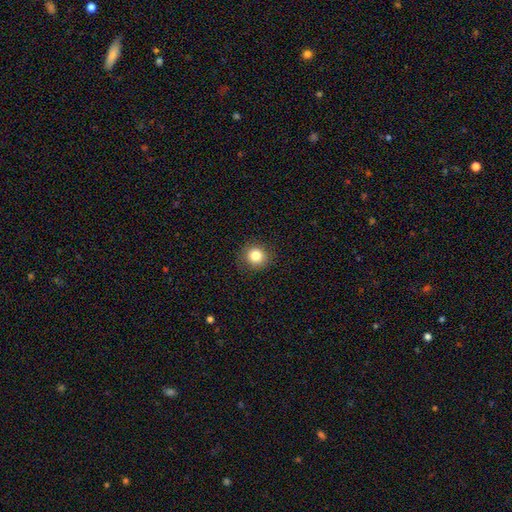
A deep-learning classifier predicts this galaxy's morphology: Smooth or featured? smooth (83%)
How rounded? round (91%)
Merging? none (89%)